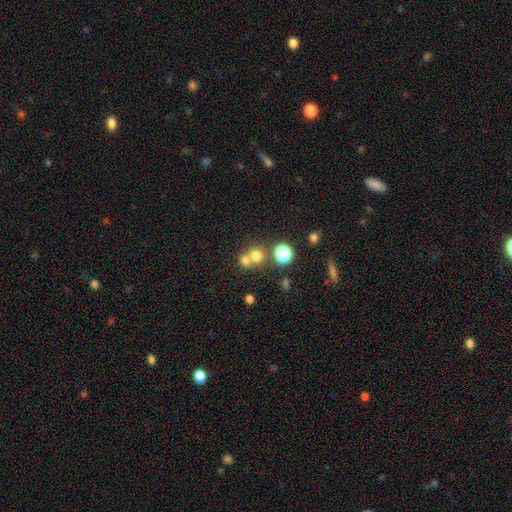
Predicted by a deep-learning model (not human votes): Smooth or featured?
  - smooth: 70% *
  - star or artifact: 19%
  - featured or disk: 11%
How rounded?
  - round: 83% *
  - in between: 16%
  - cigar-shaped: 1%
Merging?
  - merger: 46% *
  - none: 45%
  - minor disturbance: 6%
  - major disturbance: 3%